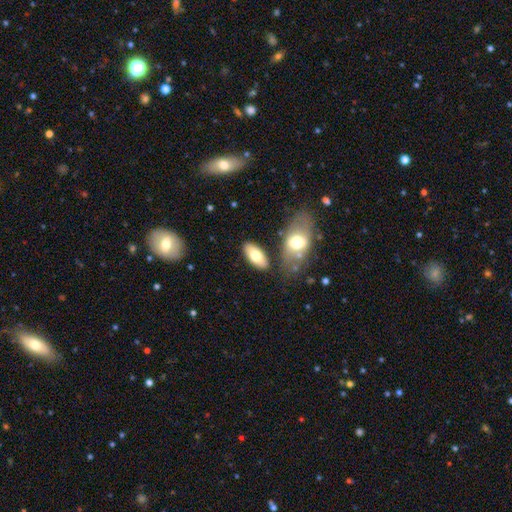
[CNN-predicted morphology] Smooth or featured: smooth — 72% (featured or disk — 22%)
How rounded: in between — 89% (cigar-shaped — 8%)
Merging: none — 78% (minor disturbance — 11%)